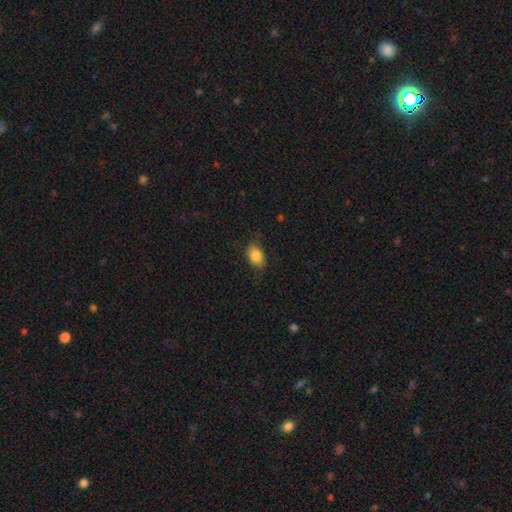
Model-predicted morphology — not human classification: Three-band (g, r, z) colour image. It shows a smooth galaxy with no disk features (84%) that is in between round and cigar-shaped (81%). Merging: none (77%).